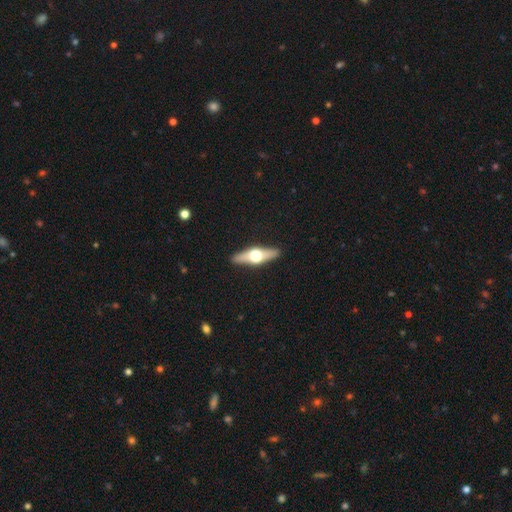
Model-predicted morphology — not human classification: featured or disk 68%, smooth 26%, star or artifact 5%. Down the decision tree: edge-on disk — yes (95%); edge-on bulge — rounded (96%); merging — none (91%).